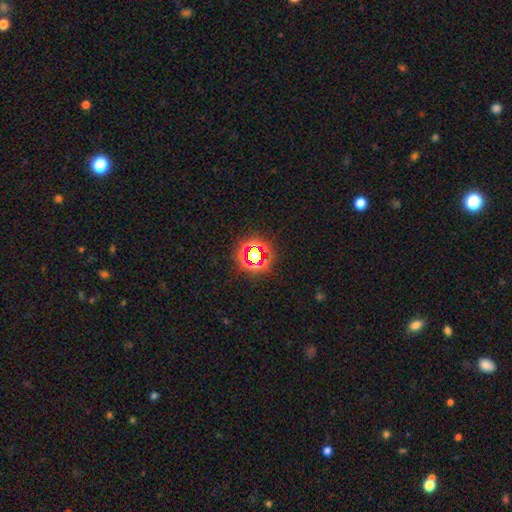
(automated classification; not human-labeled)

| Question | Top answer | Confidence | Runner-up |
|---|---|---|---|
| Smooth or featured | star or artifact | 64% | smooth (26%) |